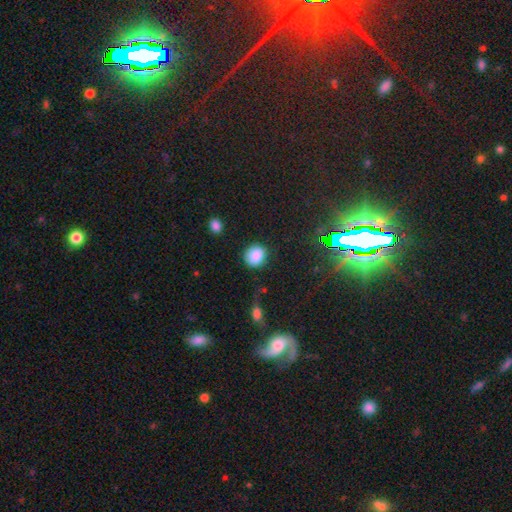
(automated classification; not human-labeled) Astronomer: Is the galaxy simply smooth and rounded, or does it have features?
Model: smooth — 86%.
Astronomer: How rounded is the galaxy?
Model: round — 76%.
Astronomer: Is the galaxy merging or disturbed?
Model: none — 80%.